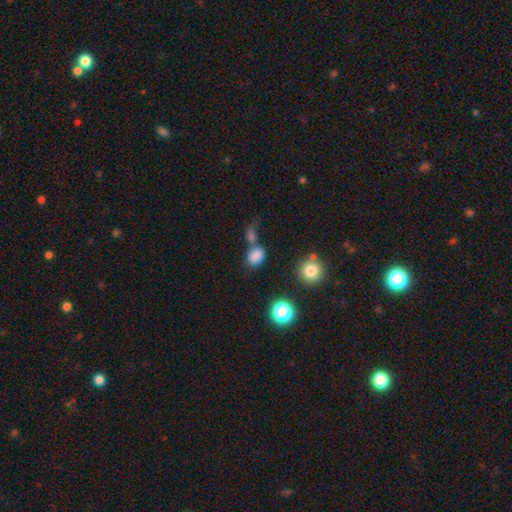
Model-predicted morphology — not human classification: This appears to be a smooth galaxy with no disk features (81%) that is in between round and cigar-shaped (68%). Merging: none (54%).